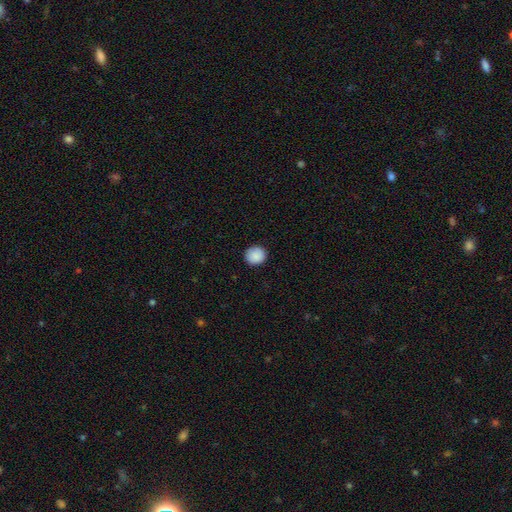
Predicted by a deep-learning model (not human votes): smooth 89%, star or artifact 8%, featured or disk 3%. Down the decision tree: how rounded — round (89%); merging — none (91%).